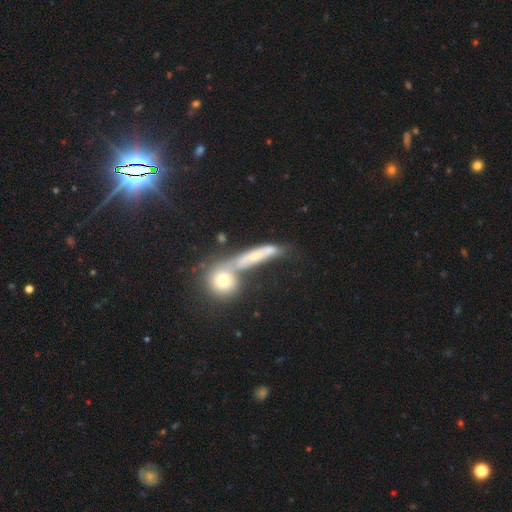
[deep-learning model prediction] Overall: smooth (48%; featured or disk 40%). Merging: none (39%; merger 36%).